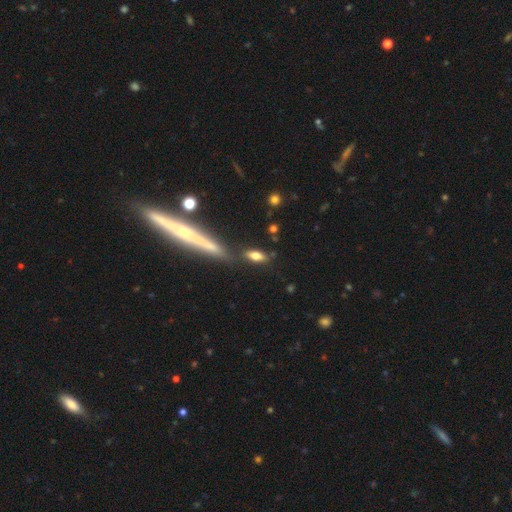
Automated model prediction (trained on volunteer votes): A smooth galaxy with no disk features (72%) that is in between round and cigar-shaped (67%).

Vote fractions:
- Smooth or featured? smooth: 72% / featured or disk: 19% / star or artifact: 8%
- How rounded? in between: 67% / cigar-shaped: 30% / round: 4%
- Merging? none: 70% / minor disturbance: 14% / merger: 12% / major disturbance: 5%